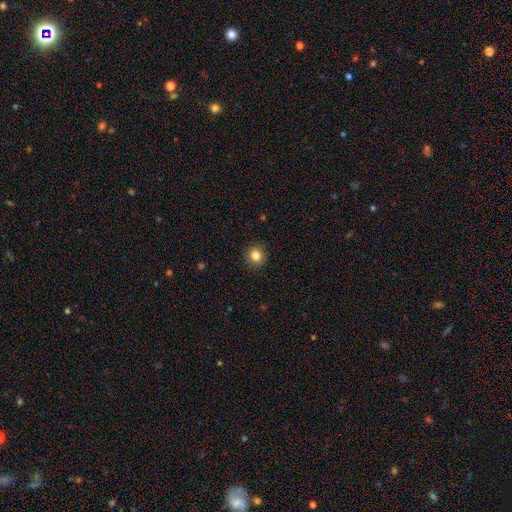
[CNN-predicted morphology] type=smooth (84%); roundness=round (87%); merging=none (91%).